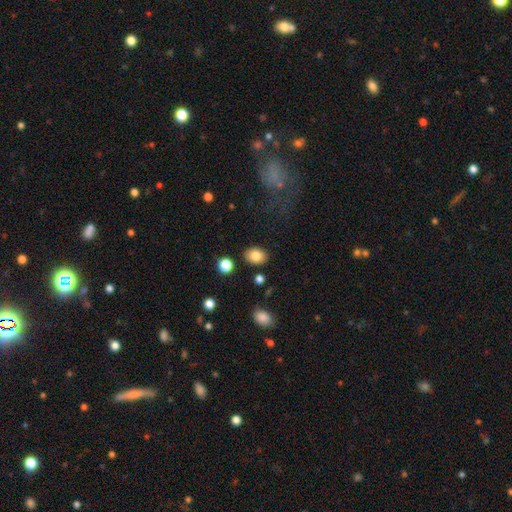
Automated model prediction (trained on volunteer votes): Q: Smooth or featured?
A: smooth (83%); runner-up: star or artifact (9%)
Q: How rounded?
A: in between (69%); runner-up: round (30%)
Q: Merging?
A: none (86%); runner-up: minor disturbance (9%)